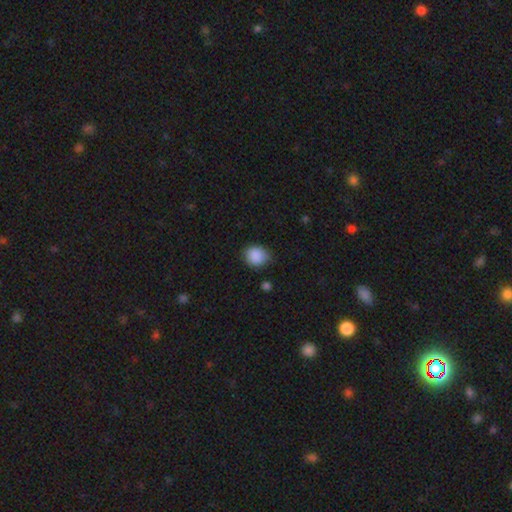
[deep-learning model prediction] smooth-or-featured: smooth: 88% | star or artifact: 8% | featured or disk: 3%
  how-rounded: round: 74% | in between: 25% | cigar-shaped: 1%
  merging: none: 78% | minor disturbance: 17% | major disturbance: 3% | merger: 2%